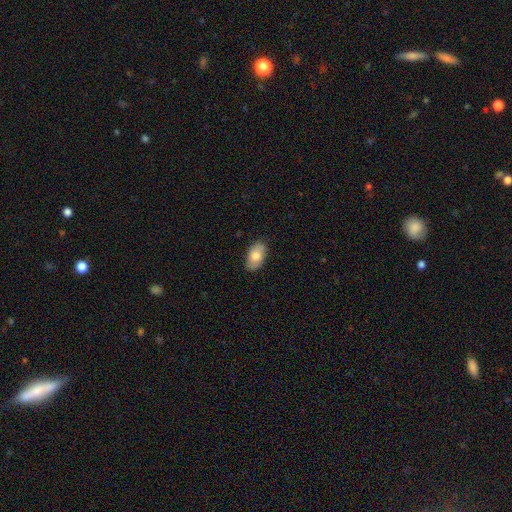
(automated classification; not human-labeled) This appears to be a smooth galaxy with no disk features (74%) that is in between round and cigar-shaped (93%). Merging: none (84%).